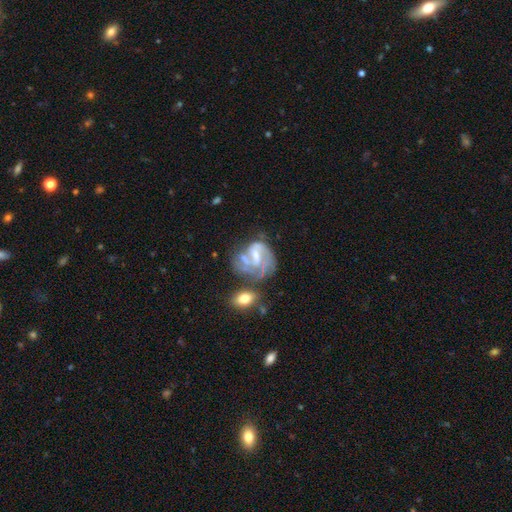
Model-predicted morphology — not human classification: Smooth or featured: featured or disk — 73% (smooth — 19%)
Edge-on disk: no — 98% (yes — 2%)
Bar: weak — 45% (no — 32%)
Spiral arms: yes — 70% (no — 30%)
Bulge size: none — 34% (moderate — 31%)
Merging: major disturbance — 33% (none — 31%)